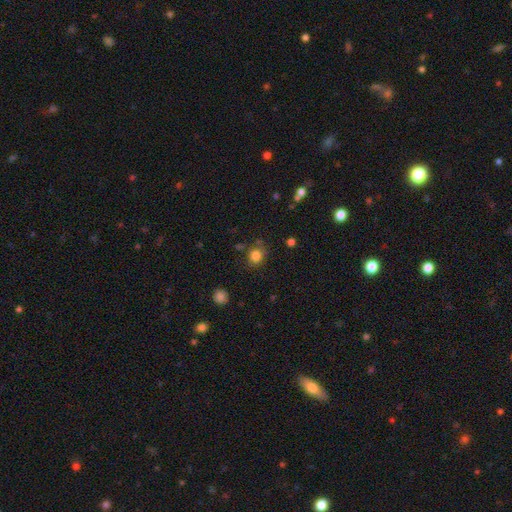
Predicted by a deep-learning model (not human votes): A smooth galaxy with no disk features (82%) that is round (74%). Merging: none (75%).